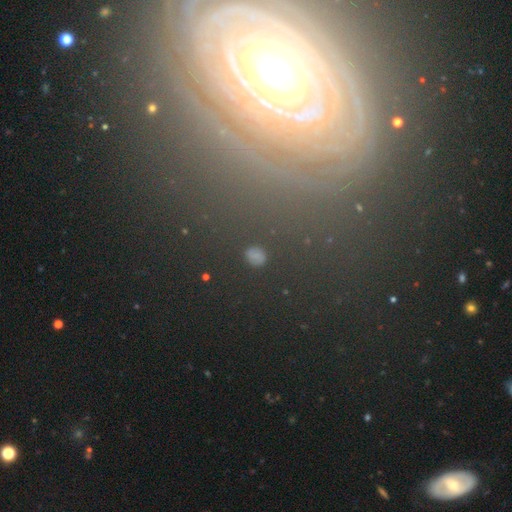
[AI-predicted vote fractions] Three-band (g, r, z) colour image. It shows a smooth galaxy with no disk features (57%) that is round (66%). Merging: none (83%).